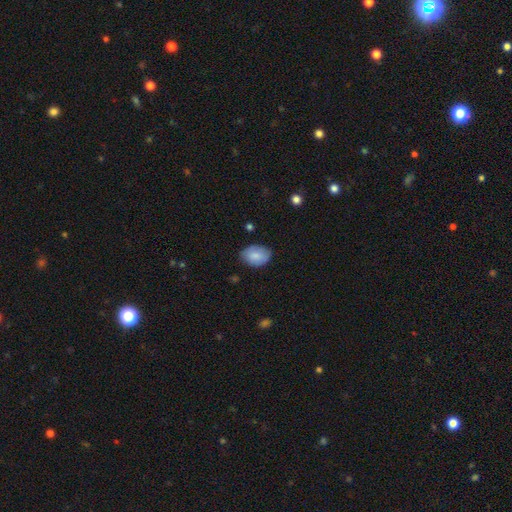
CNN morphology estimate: Q: Smooth or featured?
A: smooth (83%); runner-up: featured or disk (11%)
Q: How rounded?
A: in between (77%); runner-up: round (22%)
Q: Merging?
A: none (76%); runner-up: minor disturbance (20%)